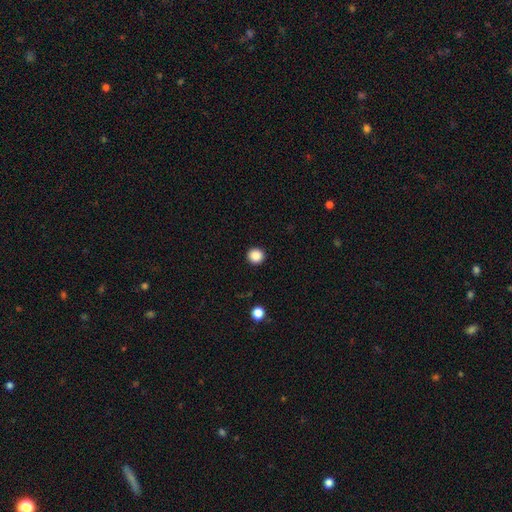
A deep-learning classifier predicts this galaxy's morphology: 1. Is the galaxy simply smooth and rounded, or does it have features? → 88% smooth, 10% star or artifact, 2% featured or disk.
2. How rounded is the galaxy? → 95% round, 4% in between, 1% cigar-shaped.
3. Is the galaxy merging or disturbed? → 93% none, 4% minor disturbance, 2% major disturbance, 1% merger.